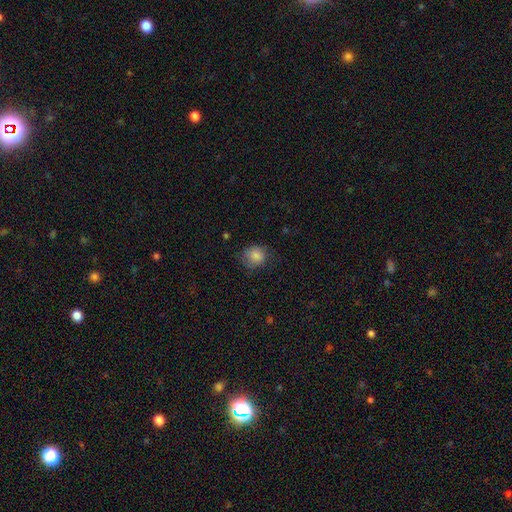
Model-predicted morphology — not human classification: smooth_or_featured: smooth (p=0.83) [alt: star or artifact p=0.09]
how_rounded: round (p=0.75) [alt: in between p=0.24]
merging: none (p=0.66) [alt: minor disturbance p=0.24]